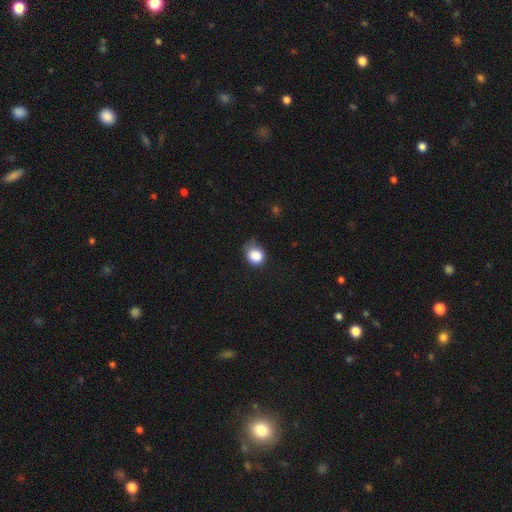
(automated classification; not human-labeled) The model was most divided on "merging": none: 52%, minor disturbance: 36%, major disturbance: 10%, merger: 2%. More confident: smooth or featured — smooth (85%); how rounded — round (65%).